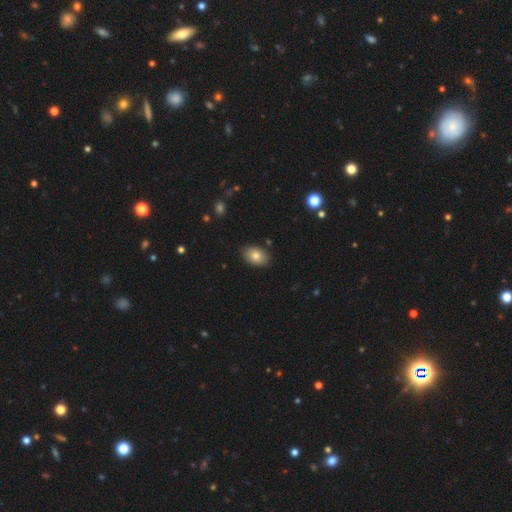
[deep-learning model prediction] Smooth or featured? smooth (81%)
How rounded? in between (84%)
Merging? none (87%)